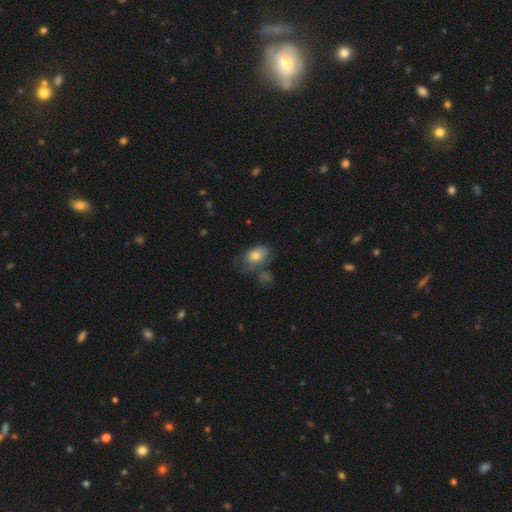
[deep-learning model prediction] smooth 73%, featured or disk 20%, star or artifact 7%. Down the decision tree: how rounded — in between (85%); merging — none (42%).